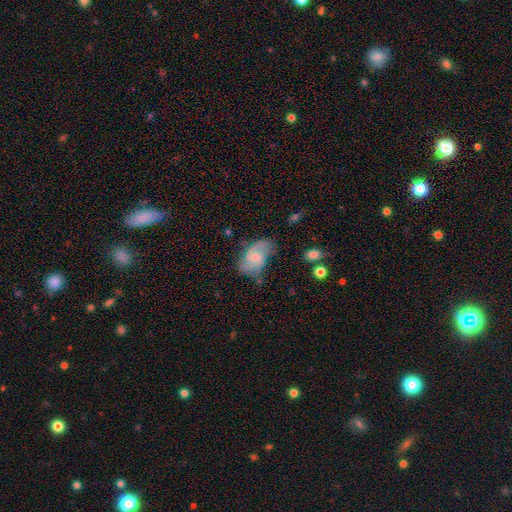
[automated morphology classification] A featured or disk galaxy (57%) with no bar (60%), spiral arms (87%) and a small central bulge (53%). Merging: none (52%).